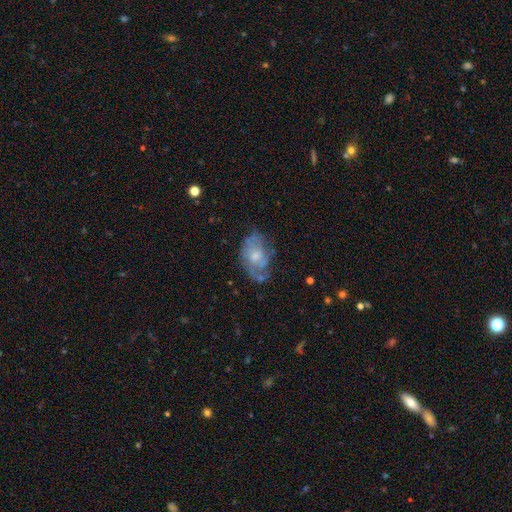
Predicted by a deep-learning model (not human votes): This is possibly a featured or disk galaxy (59%). It is clearly not viewed edge-on (96%). Bar: likely no (73%). Spiral arm pattern: possibly yes (60%). Central bulge: marginally moderate (43%, tied with small). Merging: possibly none (52%).